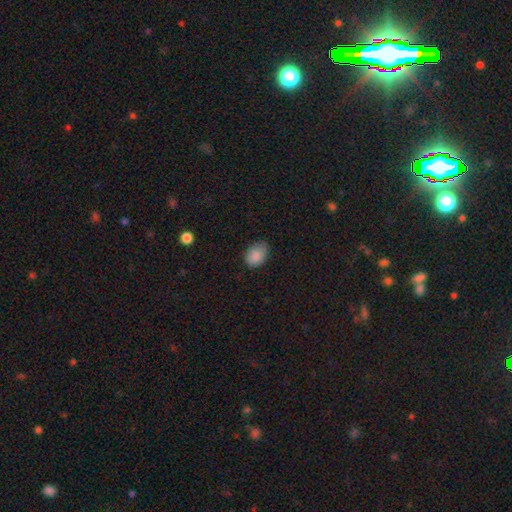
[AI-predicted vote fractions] Smooth or featured: smooth — 87% (star or artifact — 8%)
How rounded: in between — 79% (round — 20%)
Merging: none — 70% (minor disturbance — 25%)